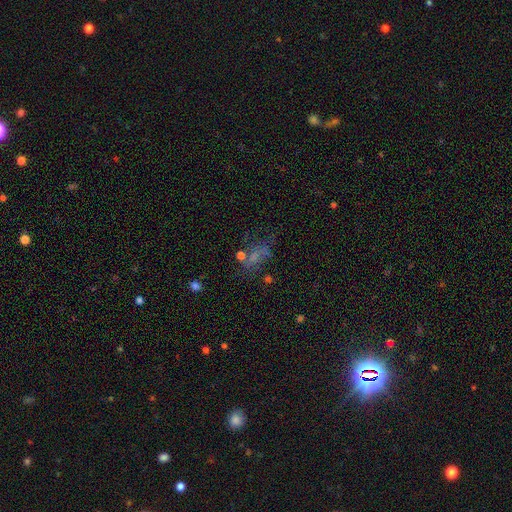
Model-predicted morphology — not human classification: Smooth or featured?
  - smooth: 37% *
  - featured or disk: 34%
  - star or artifact: 30%
Merging?
  - none: 40% *
  - major disturbance: 29%
  - minor disturbance: 20%
  - merger: 12%